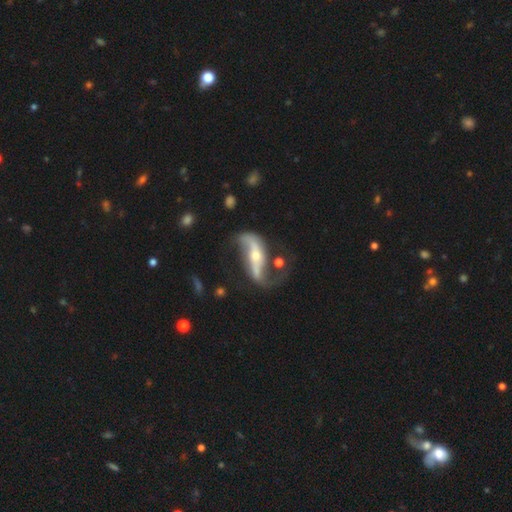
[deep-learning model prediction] Q: Smooth or featured?
A: featured or disk (86%); runner-up: smooth (9%)
Q: Edge-on disk?
A: no (89%); runner-up: yes (11%)
Q: Bar?
A: strong (49%); runner-up: no (29%)
Q: Spiral arms?
A: yes (93%); runner-up: no (7%)
Q: Spiral winding?
A: loose (82%); runner-up: medium (13%)
Q: Spiral arm count?
A: 2 (89%); runner-up: 1 (6%)
Q: Bulge size?
A: small (52%); runner-up: moderate (42%)
Q: Merging?
A: none (53%); runner-up: major disturbance (22%)